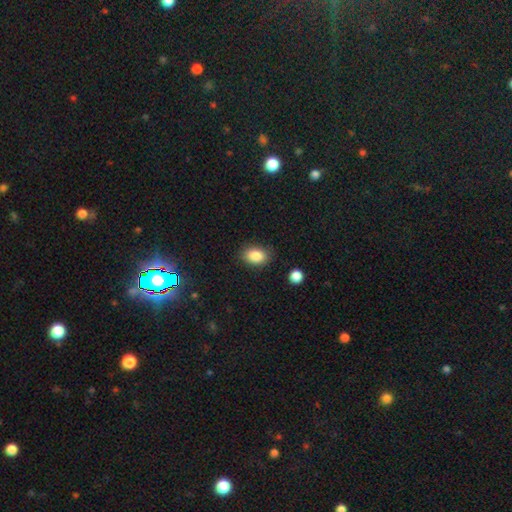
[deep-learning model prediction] This appears to be a smooth galaxy with no disk features (86%) that is in between round and cigar-shaped (81%). Merging: none (84%).